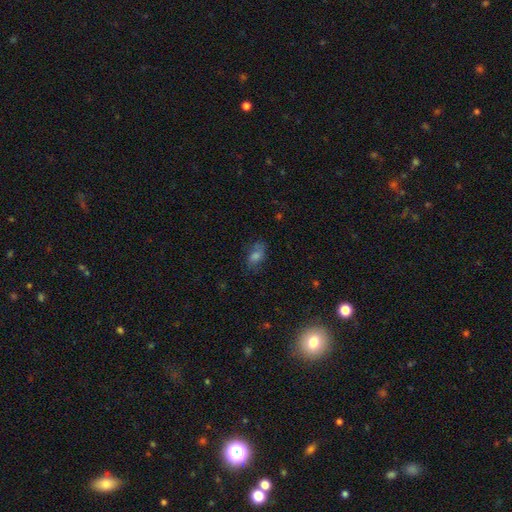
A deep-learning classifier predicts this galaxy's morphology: type=smooth (53%); roundness=in between (80%); merging=none (69%).